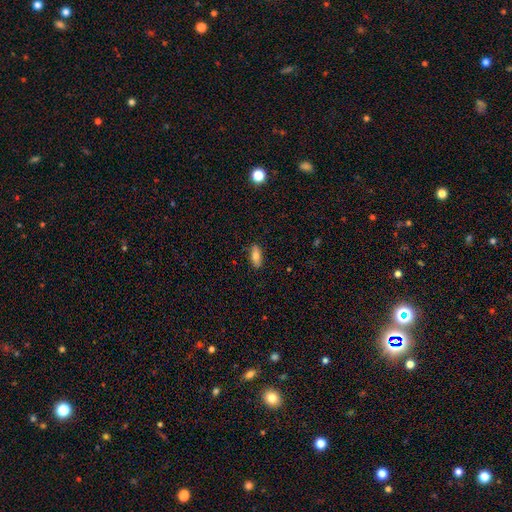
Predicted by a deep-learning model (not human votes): Smooth or featured? Predicted: smooth (p=0.79). How rounded? Predicted: in between (p=0.73). Merging? Predicted: none (p=0.86).